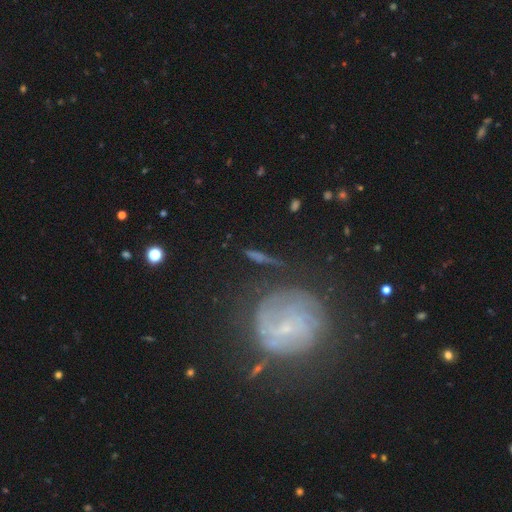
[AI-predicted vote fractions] The model was most divided on "edge-on disk": no: 57%, yes: 43%. More confident: merging — none (73%); smooth or featured — featured or disk (56%).